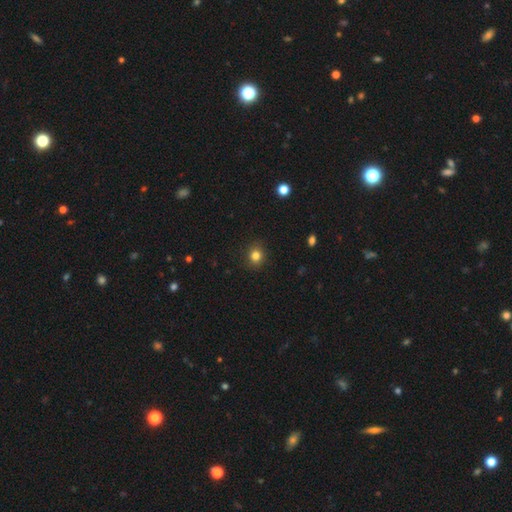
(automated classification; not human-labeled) A smooth galaxy with no disk features (82%) that is round (79%). Merging: none (90%).